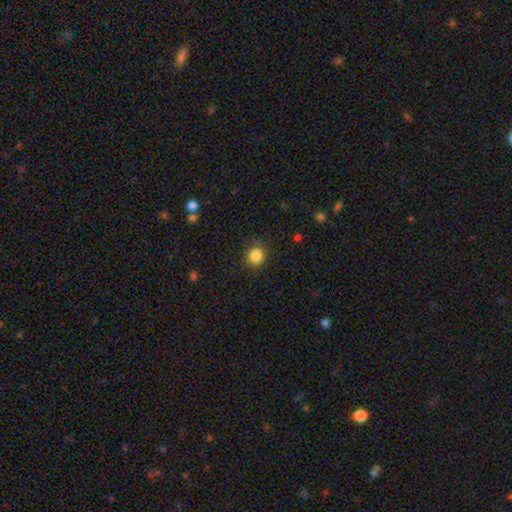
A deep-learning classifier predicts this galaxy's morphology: The model was most divided on "merging": none: 84%, minor disturbance: 12%, major disturbance: 3%, merger: 1%. More confident: how rounded — round (86%); smooth or featured — smooth (85%).